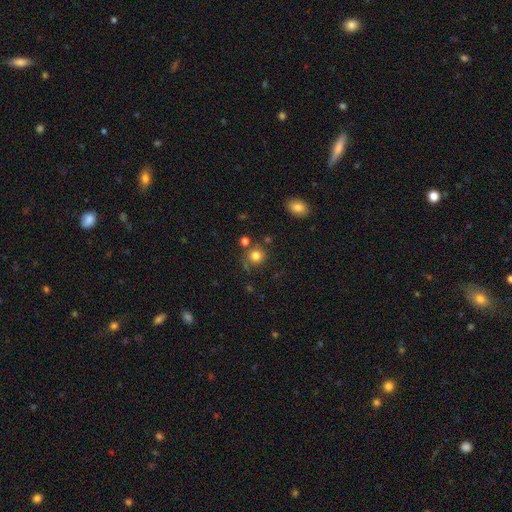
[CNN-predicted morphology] A smooth galaxy with no disk features (79%) that is round (87%). Merging: none (71%).